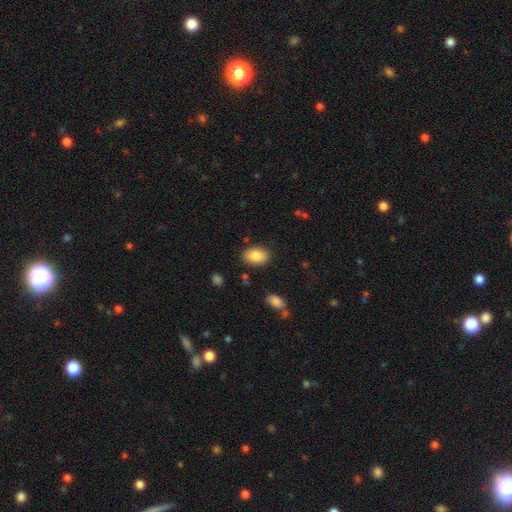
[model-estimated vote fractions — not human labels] Smooth or featured?
  - smooth: 84% *
  - featured or disk: 9%
  - star or artifact: 7%
How rounded?
  - in between: 82% *
  - round: 17%
  - cigar-shaped: 1%
Merging?
  - none: 85% *
  - minor disturbance: 10%
  - major disturbance: 3%
  - merger: 2%